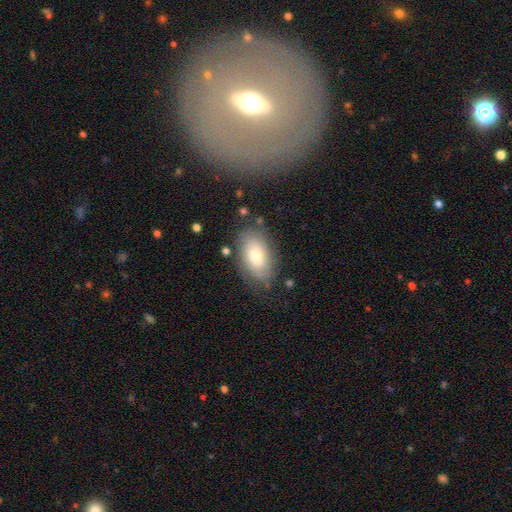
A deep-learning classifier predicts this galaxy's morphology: Overall: smooth (65%; featured or disk 27%). How rounded: in between (92%). Merging: none (71%).